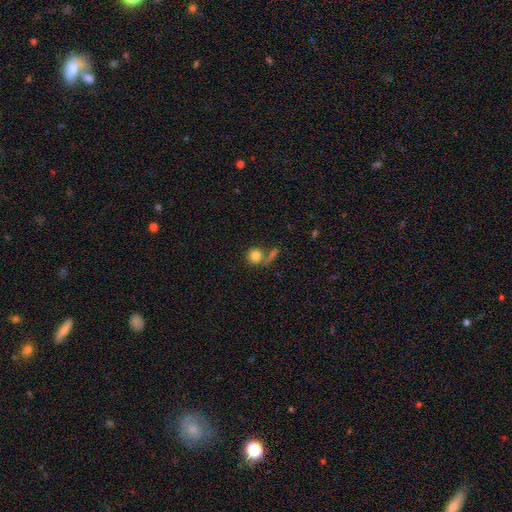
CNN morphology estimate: Overall: smooth (80%). How rounded: round (87%). Merging: none (54%; merger 27%).